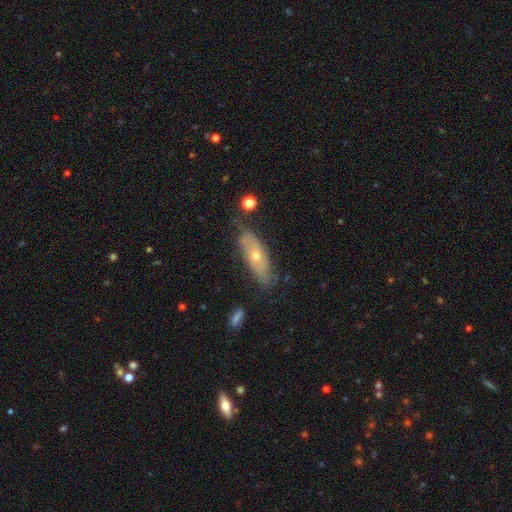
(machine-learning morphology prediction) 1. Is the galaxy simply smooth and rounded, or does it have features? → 54% featured or disk, 38% smooth, 8% star or artifact.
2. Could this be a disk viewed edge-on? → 73% no, 27% yes.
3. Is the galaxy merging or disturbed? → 66% none, 24% minor disturbance, 7% major disturbance, 2% merger.